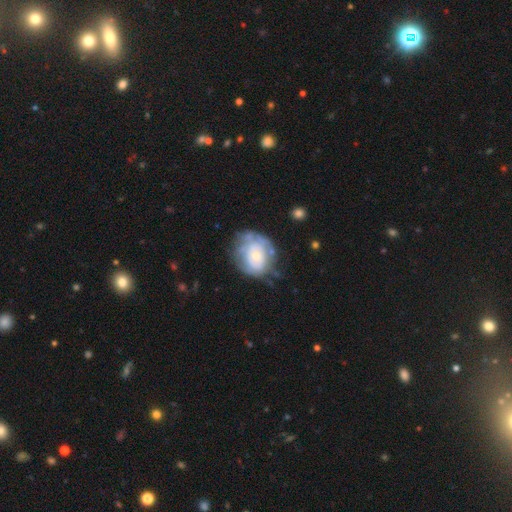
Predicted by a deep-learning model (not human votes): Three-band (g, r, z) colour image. It shows a featured or disk galaxy (65%) with no bar (84%), spiral arms (55%) and a moderate central bulge (50%). Merging: none (52%).